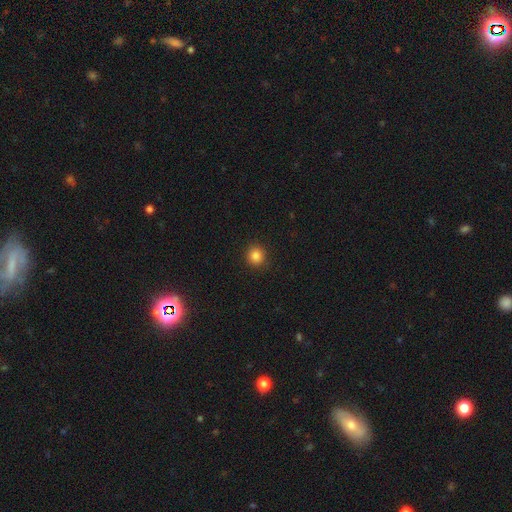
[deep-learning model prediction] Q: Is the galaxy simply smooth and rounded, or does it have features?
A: smooth — 85%.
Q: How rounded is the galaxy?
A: round — 92%.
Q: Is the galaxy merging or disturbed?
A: none — 91%.